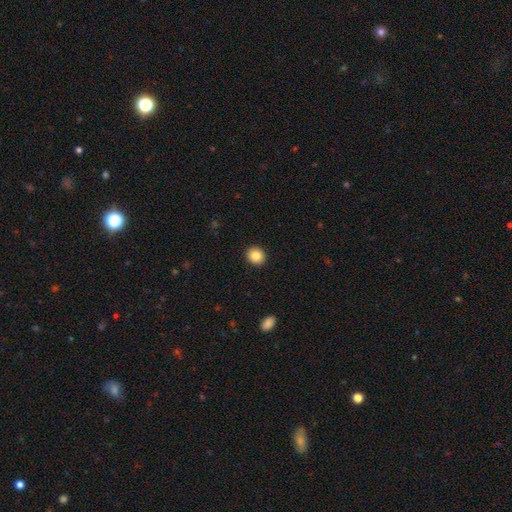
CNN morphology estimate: A smooth galaxy with no disk features (85%) that is round (84%). Merging: none (92%).